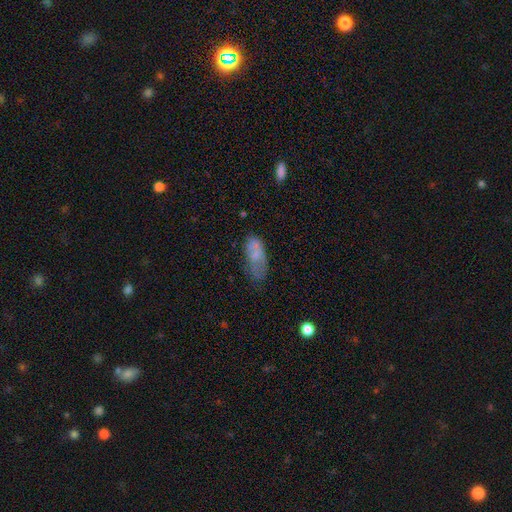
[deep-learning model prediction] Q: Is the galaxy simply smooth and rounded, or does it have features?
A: smooth — 68%.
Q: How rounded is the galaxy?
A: in between — 83%.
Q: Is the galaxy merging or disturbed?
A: none — 43%.